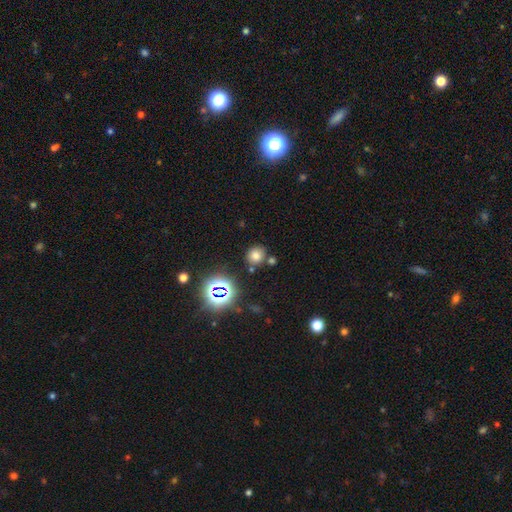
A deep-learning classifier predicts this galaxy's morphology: smooth_or_featured: smooth (p=0.71) [alt: star or artifact p=0.21]
how_rounded: round (p=0.83) [alt: in between p=0.16]
merging: none (p=0.76) [alt: minor disturbance p=0.10]